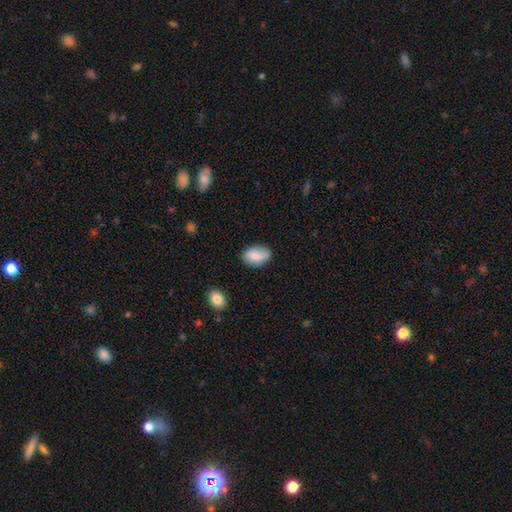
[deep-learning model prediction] The model was most divided on "merging": none: 74%, minor disturbance: 20%, major disturbance: 4%, merger: 2%. More confident: how rounded — in between (87%); smooth or featured — smooth (82%).